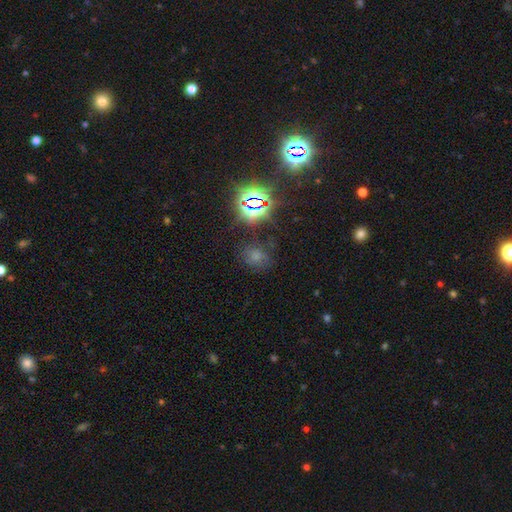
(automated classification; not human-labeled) Smooth or featured? smooth (53%)
How rounded? round (60%)
Merging? none (70%)